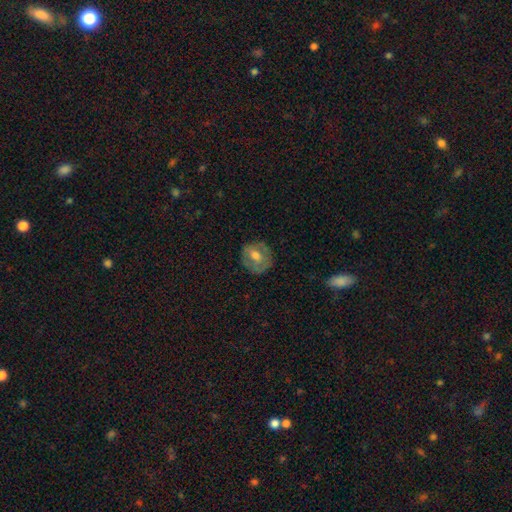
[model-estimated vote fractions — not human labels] Morphology: type=smooth (49%); merging=none (77%).